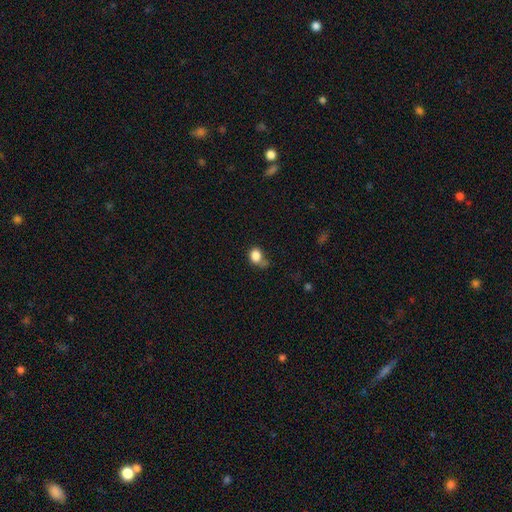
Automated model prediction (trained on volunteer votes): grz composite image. It shows a smooth galaxy with no disk features (84%) that is round (59%). Merging: none (47%).